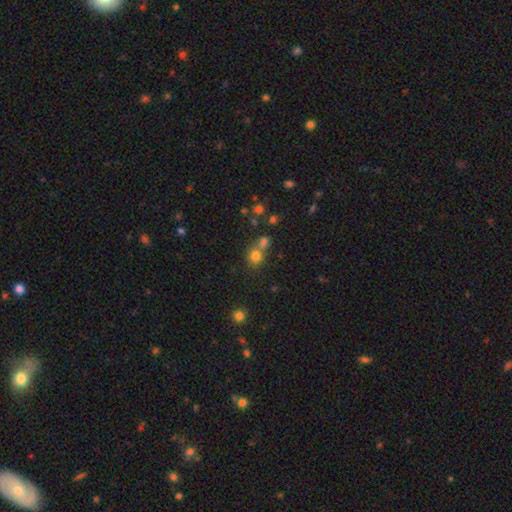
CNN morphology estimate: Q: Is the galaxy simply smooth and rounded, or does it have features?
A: smooth — 75%.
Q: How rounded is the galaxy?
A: round — 81%.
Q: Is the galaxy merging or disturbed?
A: none — 53%.